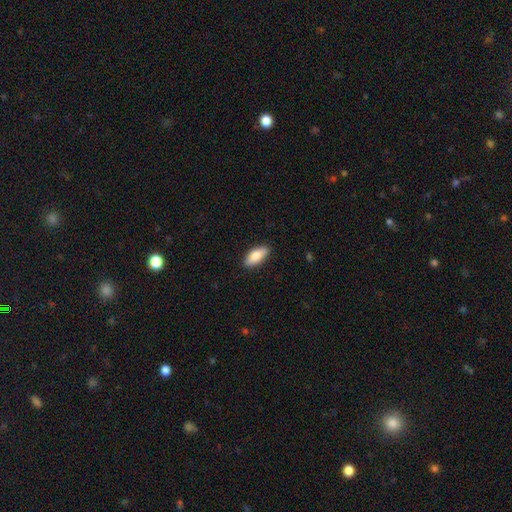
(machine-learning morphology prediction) smooth_or_featured: smooth (p=0.82) [alt: featured or disk p=0.12]
how_rounded: in between (p=0.83) [alt: cigar-shaped p=0.15]
merging: none (p=0.87) [alt: minor disturbance p=0.10]